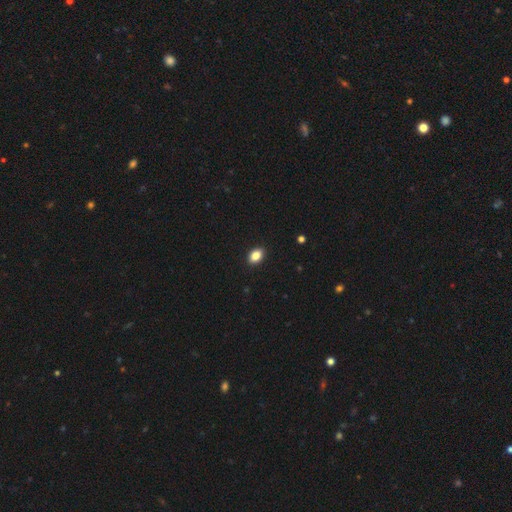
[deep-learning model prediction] A smooth galaxy with no disk features (86%) that is in between round and cigar-shaped (77%).

Vote fractions:
- Smooth or featured? smooth: 86% / star or artifact: 9% / featured or disk: 5%
- How rounded? in between: 77% / round: 21% / cigar-shaped: 1%
- Merging? none: 91% / minor disturbance: 7% / major disturbance: 2% / merger: 1%